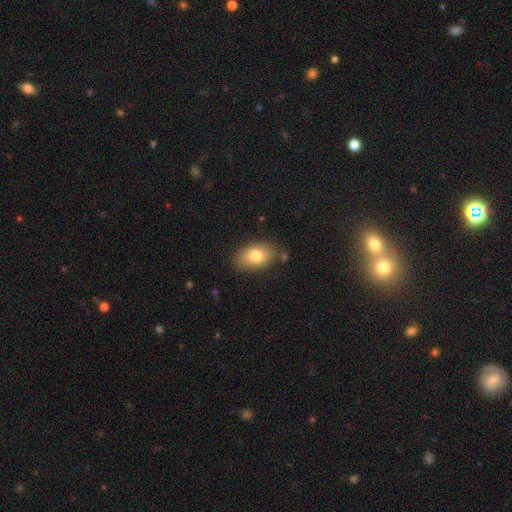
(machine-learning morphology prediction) Smooth or featured: smooth — 79% (featured or disk — 13%)
How rounded: in between — 88% (round — 10%)
Merging: none — 80% (minor disturbance — 14%)